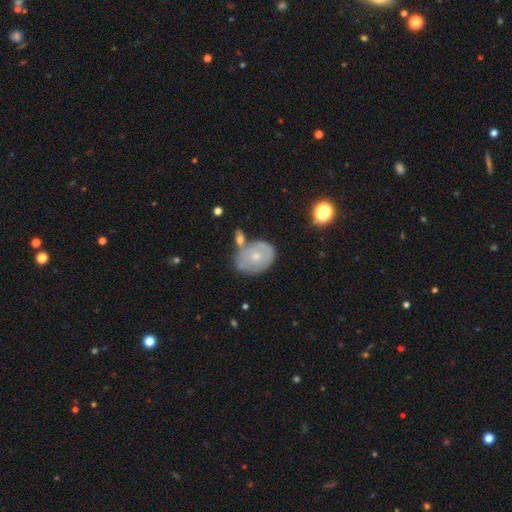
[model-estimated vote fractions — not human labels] This is possibly a featured or disk galaxy (50%). Merging: possibly none (55%).